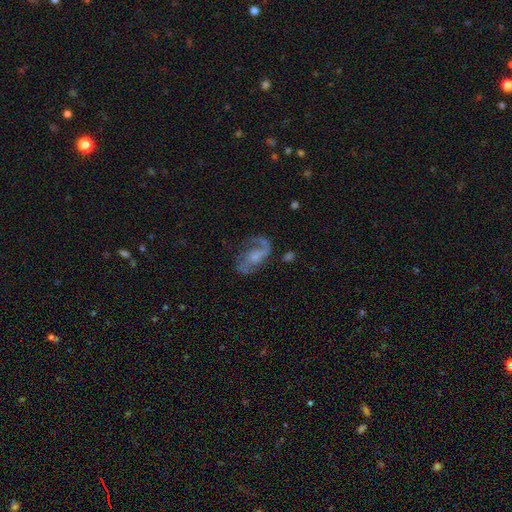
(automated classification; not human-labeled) This is likely a featured or disk galaxy (79%). It is clearly not viewed edge-on (97%). Bar: possibly no (53%). Spiral arm pattern: clearly yes (92%). Spiral arm count: likely 2 (69%). Spiral winding: possibly loose (45%). Central bulge: marginally small (39%). Merging: possibly none (55%).